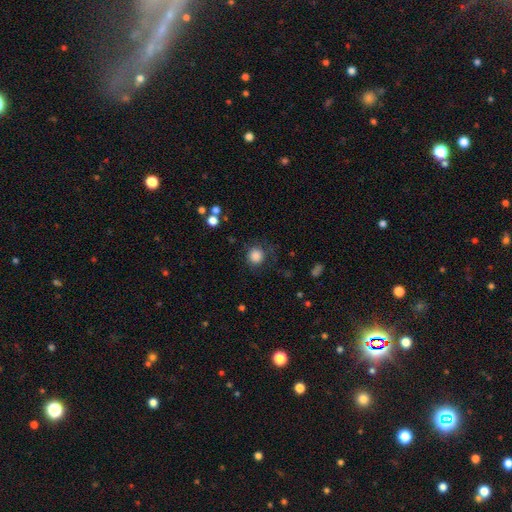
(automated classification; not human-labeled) Morphology: type=smooth (85%); roundness=round (92%); merging=none (78%).